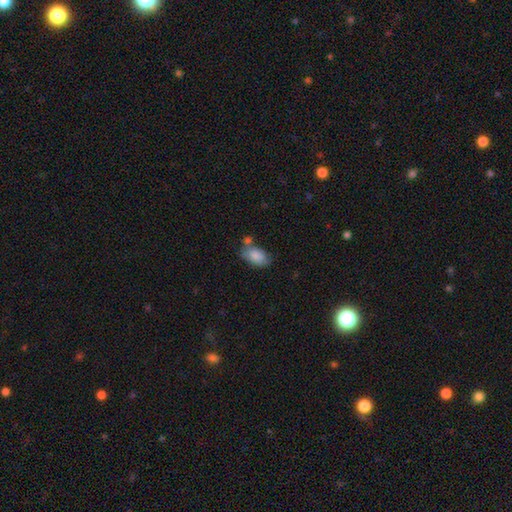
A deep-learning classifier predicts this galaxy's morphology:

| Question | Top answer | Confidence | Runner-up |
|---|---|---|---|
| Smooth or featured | smooth | 84% | featured or disk (8%) |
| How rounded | in between | 91% | round (7%) |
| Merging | none | 52% | minor disturbance (22%) |